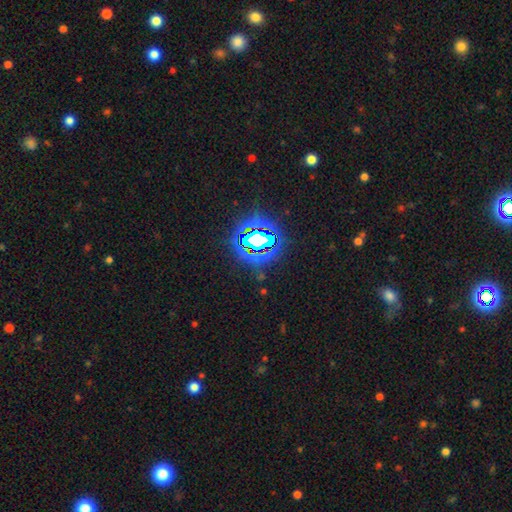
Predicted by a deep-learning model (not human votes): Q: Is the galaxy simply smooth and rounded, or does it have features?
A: star or artifact — 83%.